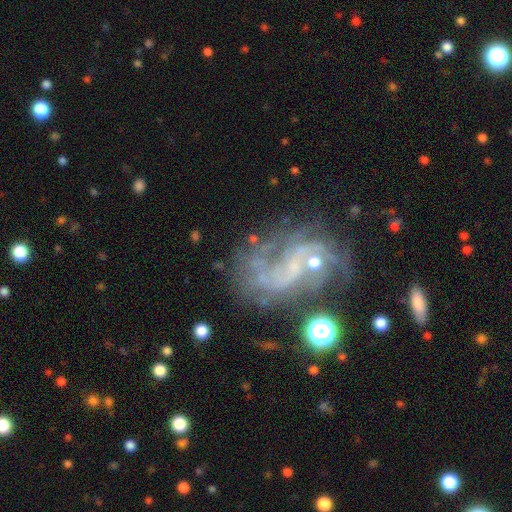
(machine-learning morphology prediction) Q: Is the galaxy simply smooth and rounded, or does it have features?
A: featured or disk — 77%.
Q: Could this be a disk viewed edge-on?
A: no — 97%.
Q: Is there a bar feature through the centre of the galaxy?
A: no — 56%.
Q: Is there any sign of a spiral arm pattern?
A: yes — 82%.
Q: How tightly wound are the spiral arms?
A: loose — 40%, tied with medium.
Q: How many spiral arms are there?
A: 2 — 39%.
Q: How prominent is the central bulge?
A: small — 53%.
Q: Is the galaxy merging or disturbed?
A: none — 41%.